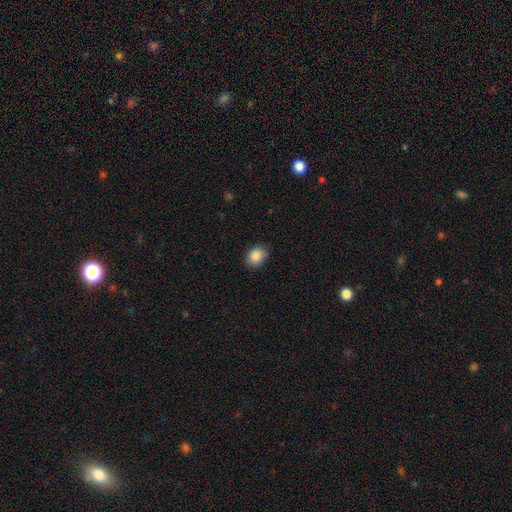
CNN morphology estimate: The model was most divided on "how rounded": in between: 55%, round: 44%, cigar-shaped: 1%. More confident: smooth or featured — smooth (87%); merging — none (85%).